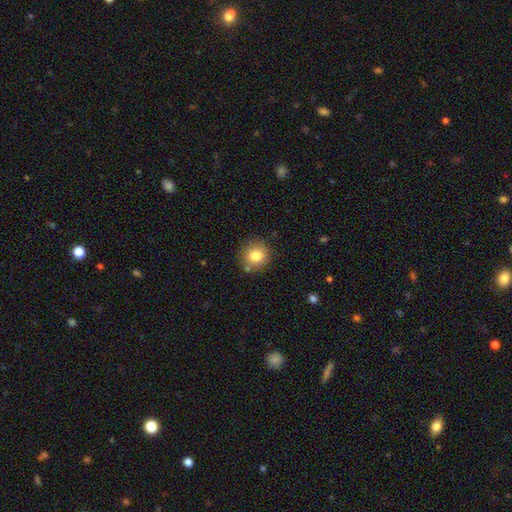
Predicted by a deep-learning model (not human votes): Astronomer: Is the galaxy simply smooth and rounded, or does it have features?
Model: smooth — 81%.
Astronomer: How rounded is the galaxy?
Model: round — 89%.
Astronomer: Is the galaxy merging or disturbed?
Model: none — 82%.